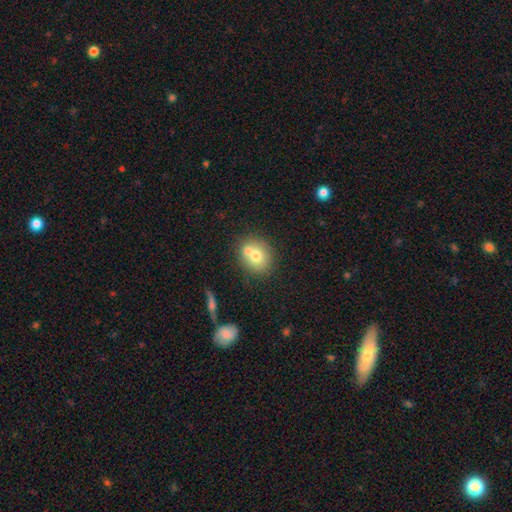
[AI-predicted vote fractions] Smooth or featured? smooth (70%)
How rounded? round (72%)
Merging? none (50%)